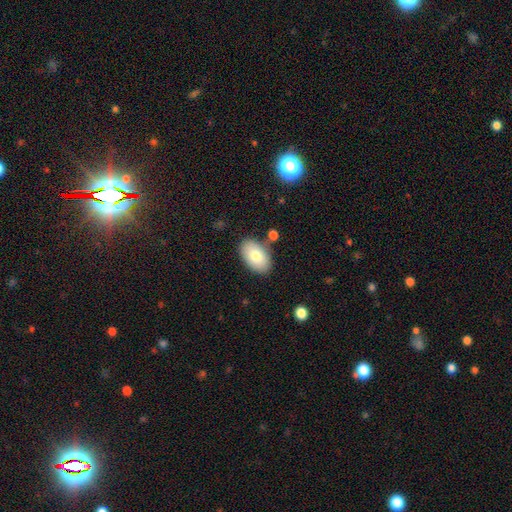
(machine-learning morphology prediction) Smooth or featured?
  - smooth: 77% *
  - featured or disk: 16%
  - star or artifact: 7%
How rounded?
  - in between: 93% *
  - round: 6%
  - cigar-shaped: 1%
Merging?
  - none: 82% *
  - minor disturbance: 11%
  - merger: 4%
  - major disturbance: 3%